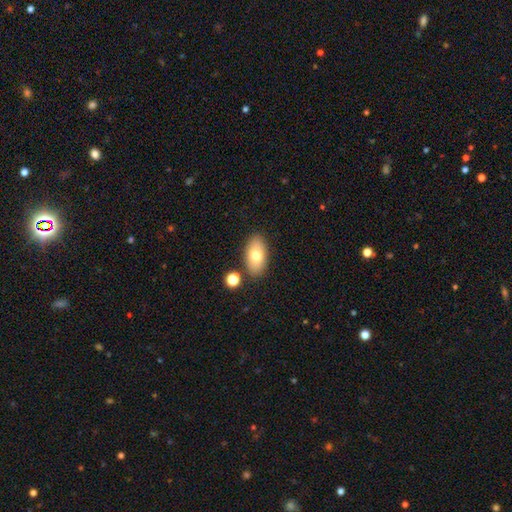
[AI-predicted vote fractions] Smooth or featured?
  - smooth: 76% *
  - featured or disk: 17%
  - star or artifact: 8%
How rounded?
  - in between: 92% *
  - round: 5%
  - cigar-shaped: 2%
Merging?
  - none: 82% *
  - minor disturbance: 11%
  - merger: 5%
  - major disturbance: 3%